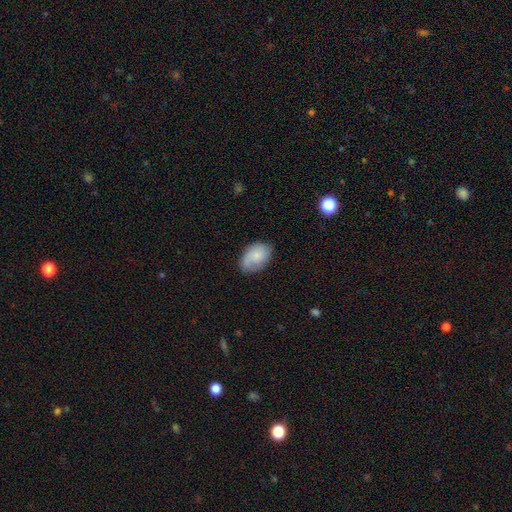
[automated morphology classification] A smooth galaxy with no disk features (70%) that is in between round and cigar-shaped (86%).

Vote fractions:
- Smooth or featured? smooth: 70% / featured or disk: 23% / star or artifact: 7%
- How rounded? in between: 86% / round: 13% / cigar-shaped: 1%
- Merging? none: 68% / minor disturbance: 24% / major disturbance: 6% / merger: 2%